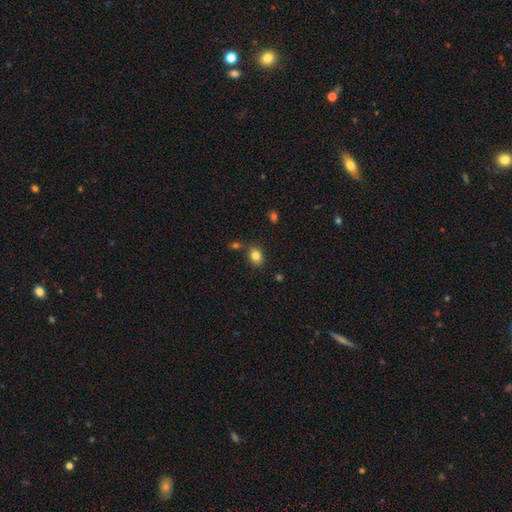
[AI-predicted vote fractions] This is clearly a smooth galaxy (83%). How rounded: possibly in between (60%). Merging: likely none (76%).